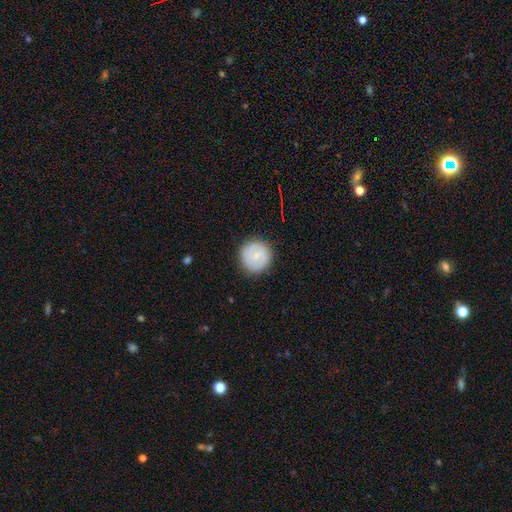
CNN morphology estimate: A smooth galaxy with no disk features (64%) that is round (94%). Merging: none (87%).